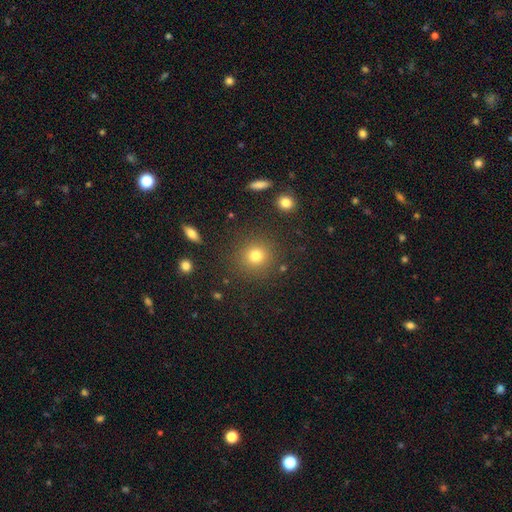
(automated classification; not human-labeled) smooth_or_featured: smooth (p=0.79) [alt: star or artifact p=0.14]
how_rounded: round (p=0.91) [alt: in between p=0.08]
merging: none (p=0.88) [alt: minor disturbance p=0.07]